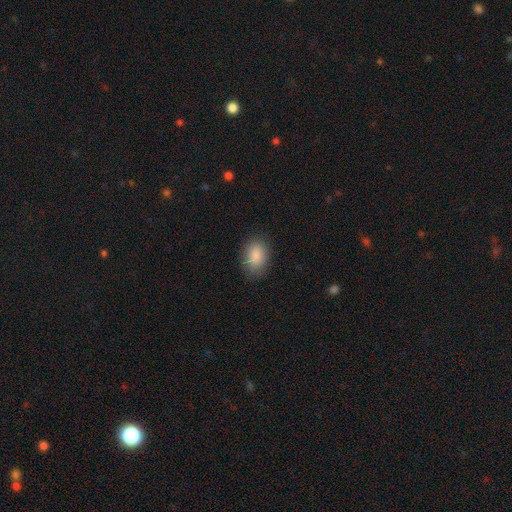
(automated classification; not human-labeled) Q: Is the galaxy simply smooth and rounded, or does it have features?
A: smooth — 88%.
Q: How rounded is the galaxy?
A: in between — 82%.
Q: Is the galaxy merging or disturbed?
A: none — 84%.